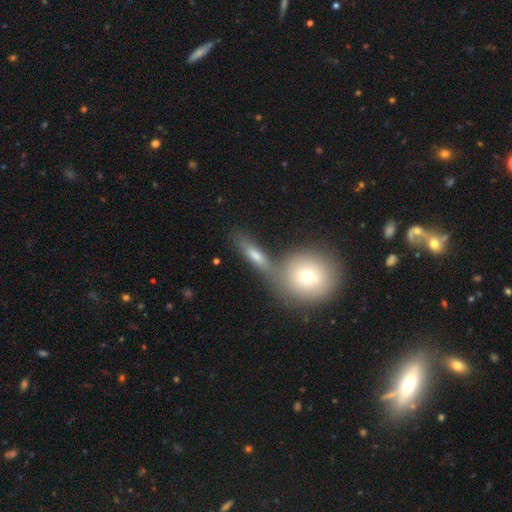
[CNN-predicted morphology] This is likely a smooth galaxy (64%). How rounded: possibly cigar-shaped (47%). Merging: possibly none (49%).